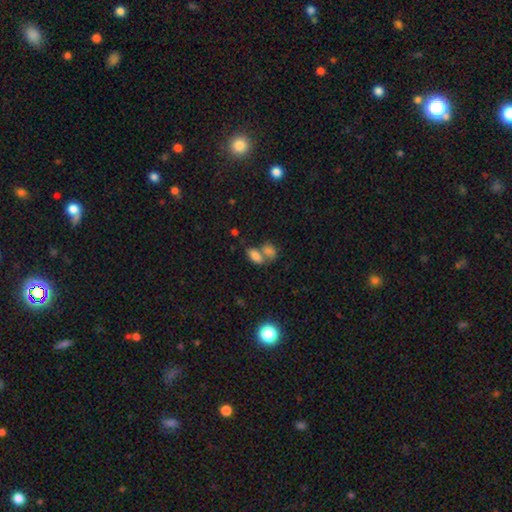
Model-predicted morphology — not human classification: This is likely a smooth galaxy (79%). How rounded: clearly in between (90%). Merging: possibly merger (58%).